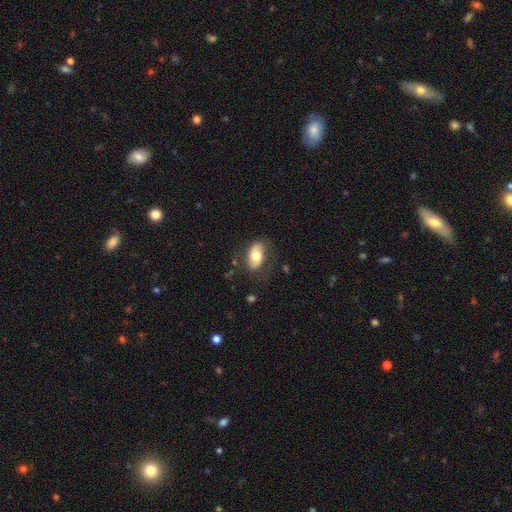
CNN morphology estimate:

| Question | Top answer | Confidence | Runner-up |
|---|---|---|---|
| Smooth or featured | smooth | 68% | featured or disk (25%) |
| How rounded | in between | 91% | round (7%) |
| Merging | none | 69% | minor disturbance (20%) |